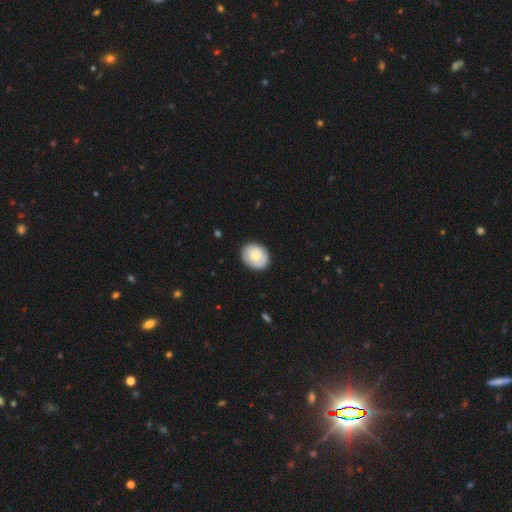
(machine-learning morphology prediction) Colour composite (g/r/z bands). It shows a smooth galaxy with no disk features (68%) that is round (57%). Merging: none (85%).